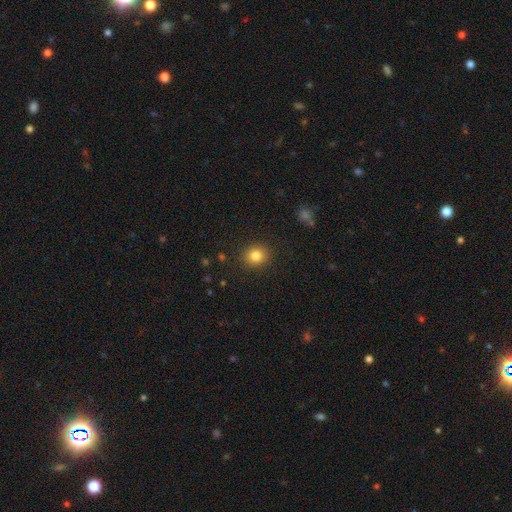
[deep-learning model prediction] The model was most divided on "how rounded": round: 79%, in between: 20%, cigar-shaped: 1%. More confident: merging — none (90%); smooth or featured — smooth (83%).